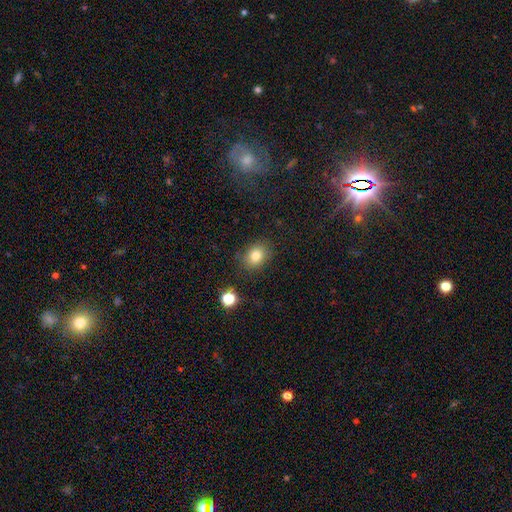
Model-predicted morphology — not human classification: smooth 80%, star or artifact 12%, featured or disk 8%. Down the decision tree: how rounded — in between (55%); merging — none (81%).